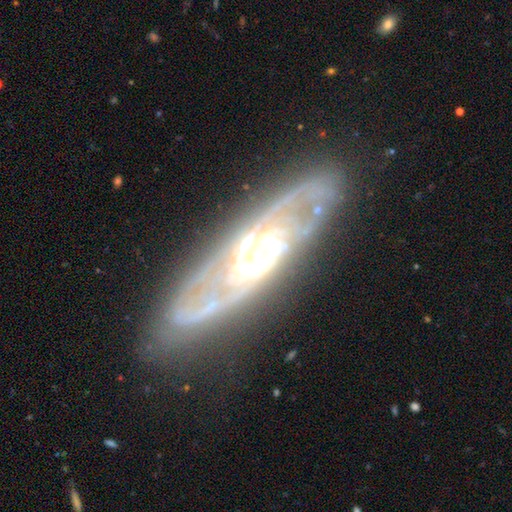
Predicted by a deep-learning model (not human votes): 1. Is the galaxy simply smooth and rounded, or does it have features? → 87% featured or disk, 8% smooth, 5% star or artifact.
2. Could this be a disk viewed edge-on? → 79% no, 21% yes.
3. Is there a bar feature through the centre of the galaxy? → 56% no, 29% weak, 15% strong.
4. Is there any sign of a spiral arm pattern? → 90% yes, 10% no.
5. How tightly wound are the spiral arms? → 48% tight, 39% medium, 12% loose.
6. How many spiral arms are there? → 65% 2, 19% can't tell, 7% 3, 3% 1, 3% 4, 3% more than 4.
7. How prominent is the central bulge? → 56% moderate, 20% small, 20% large, 3% dominant, 2% none.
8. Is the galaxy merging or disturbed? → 80% none, 13% minor disturbance, 5% major disturbance, 2% merger.